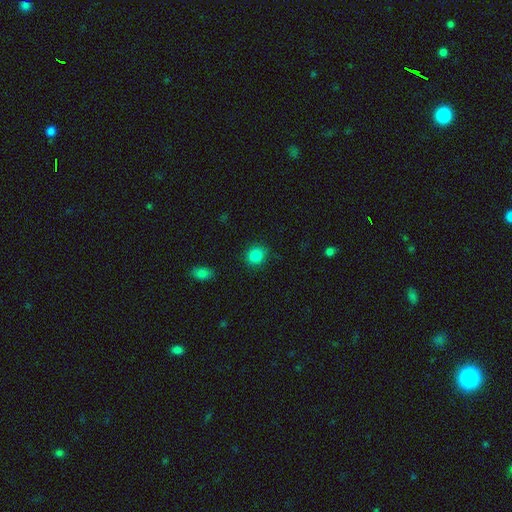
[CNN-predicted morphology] Smooth or featured? Predicted: smooth (p=0.85). How rounded? Predicted: round (p=0.84). Merging? Predicted: none (p=0.87).